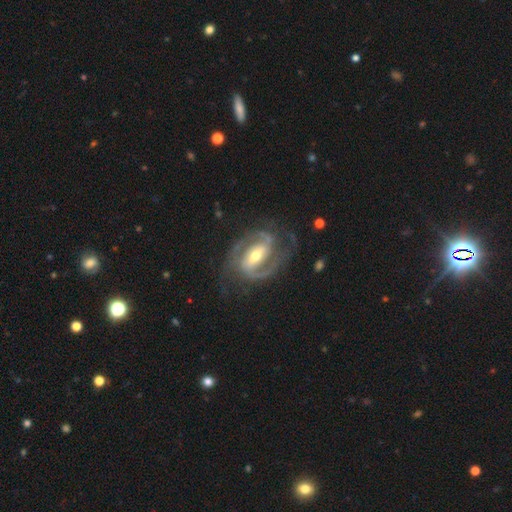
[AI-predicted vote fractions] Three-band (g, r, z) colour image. It shows a featured or disk galaxy (92%) with a strong bar (49%), 2 (83%) medium (51%) spiral arms (98%) and a moderate central bulge (61%). Merging: none (74%).